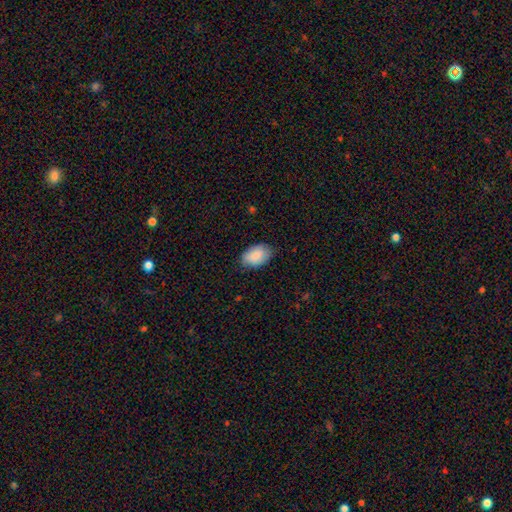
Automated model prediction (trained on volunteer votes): smooth-or-featured: smooth: 86% | featured or disk: 8% | star or artifact: 6%
  how-rounded: in between: 90% | round: 8% | cigar-shaped: 1%
  merging: none: 79% | minor disturbance: 17% | major disturbance: 3% | merger: 1%